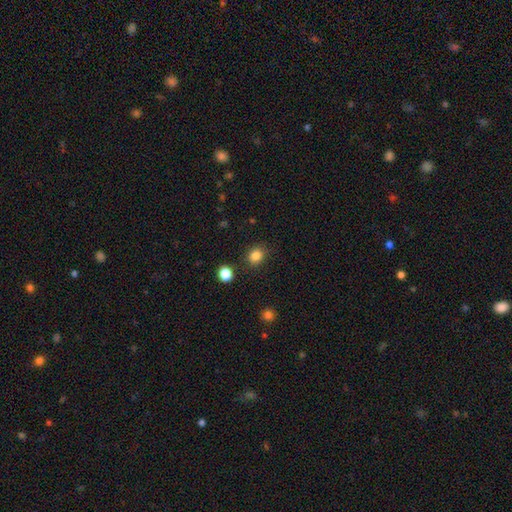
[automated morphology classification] This is clearly a smooth galaxy (84%). How rounded: likely round (69%). Merging: clearly none (86%).